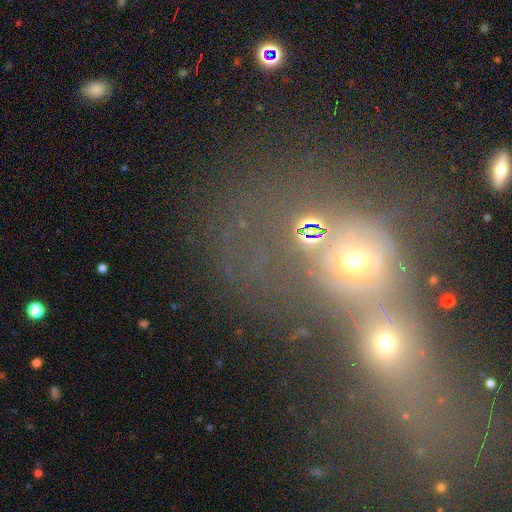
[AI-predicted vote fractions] smooth 44%, star or artifact 30%, featured or disk 26%. Down the decision tree: merging — merger (73%).